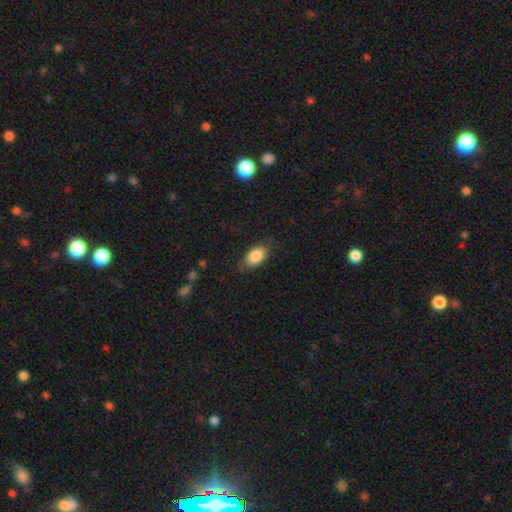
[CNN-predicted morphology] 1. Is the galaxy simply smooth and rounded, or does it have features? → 83% smooth, 10% featured or disk, 7% star or artifact.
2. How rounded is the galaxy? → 88% in between, 7% round, 5% cigar-shaped.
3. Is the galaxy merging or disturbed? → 74% none, 20% minor disturbance, 5% major disturbance, 1% merger.